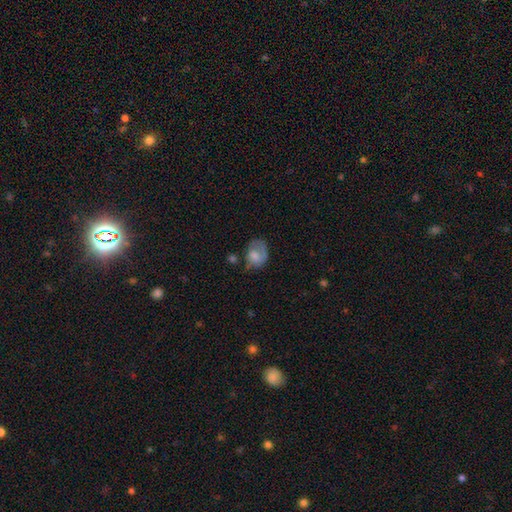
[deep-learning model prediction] Smooth or featured?
  - smooth: 63% *
  - featured or disk: 28%
  - star or artifact: 9%
How rounded?
  - in between: 65% *
  - round: 34%
  - cigar-shaped: 1%
Merging?
  - none: 36% *
  - minor disturbance: 31%
  - major disturbance: 28%
  - merger: 5%